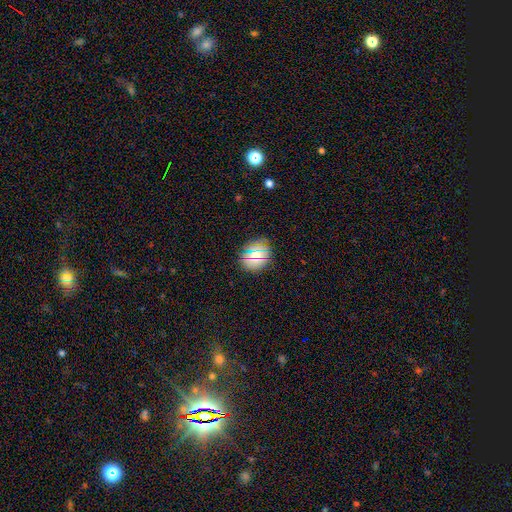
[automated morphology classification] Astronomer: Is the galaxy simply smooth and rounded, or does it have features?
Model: smooth — 66%.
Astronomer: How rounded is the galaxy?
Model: round — 71%.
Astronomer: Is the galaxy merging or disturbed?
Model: none — 84%.